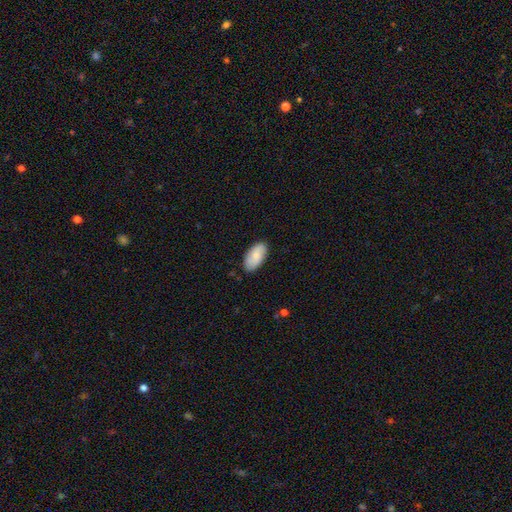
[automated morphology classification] Smooth or featured: smooth — 78% (featured or disk — 16%)
How rounded: in between — 95% (cigar-shaped — 3%)
Merging: none — 84% (minor disturbance — 13%)